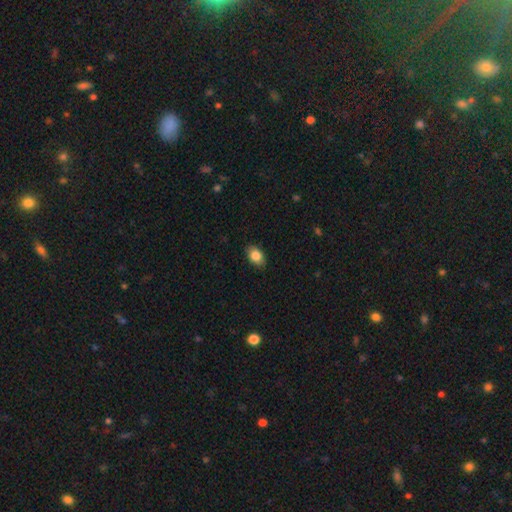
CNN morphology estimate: Overall: smooth (84%). How rounded: in between (84%). Merging: none (87%).